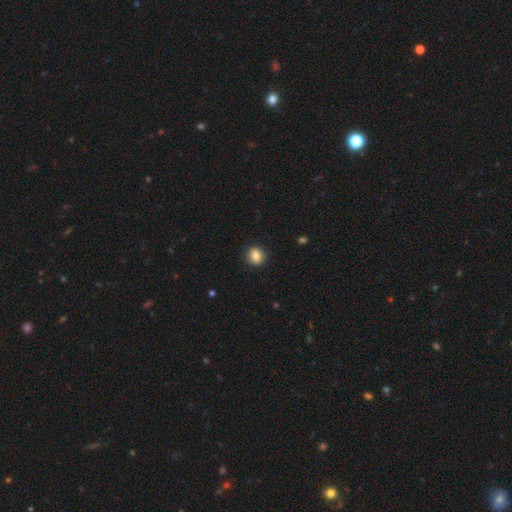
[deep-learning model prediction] A smooth galaxy with no disk features (84%) that is round (71%). Merging: none (90%).